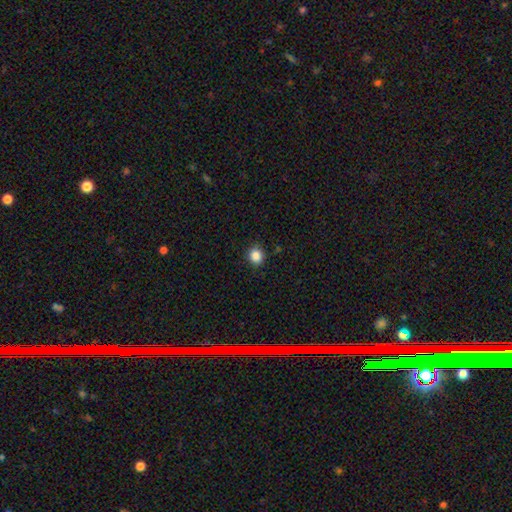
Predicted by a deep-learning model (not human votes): Smooth or featured? Predicted: smooth (p=0.87). How rounded? Predicted: round (p=0.78). Merging? Predicted: none (p=0.88).